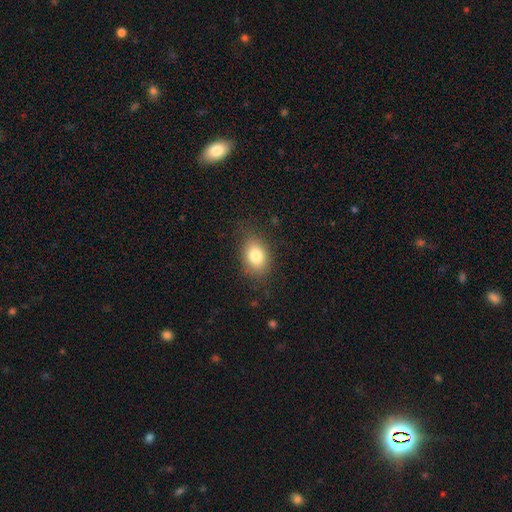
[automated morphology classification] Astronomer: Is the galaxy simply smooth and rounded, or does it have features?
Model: smooth — 81%.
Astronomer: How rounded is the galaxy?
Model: in between — 72%.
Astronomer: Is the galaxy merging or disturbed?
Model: none — 79%.